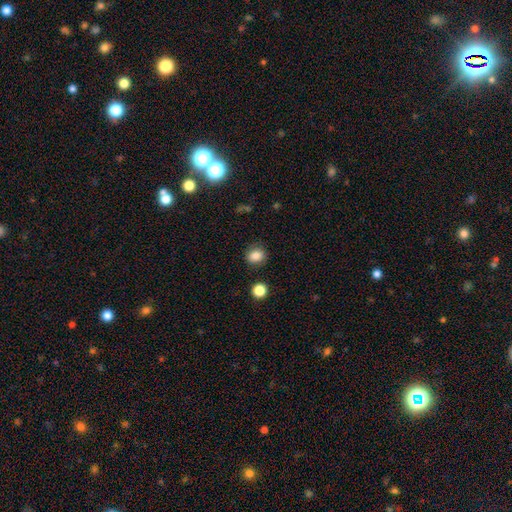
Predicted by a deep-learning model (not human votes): This appears to be a smooth galaxy with no disk features (84%) that is round (73%). Merging: none (86%).